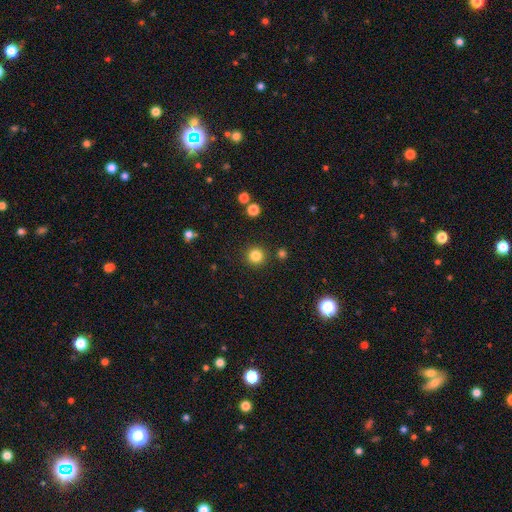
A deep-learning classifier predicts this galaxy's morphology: smooth_or_featured: smooth (p=0.84) [alt: star or artifact p=0.12]
how_rounded: round (p=0.95) [alt: in between p=0.04]
merging: none (p=0.90) [alt: minor disturbance p=0.06]